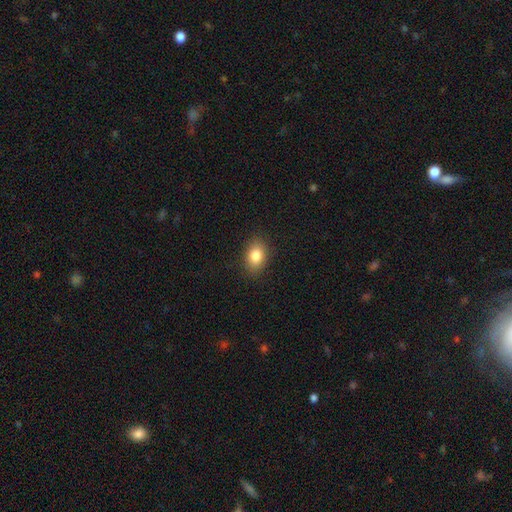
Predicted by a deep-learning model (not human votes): The model was most divided on "how rounded": in between: 80%, round: 19%, cigar-shaped: 1%. More confident: merging — none (87%); smooth or featured — smooth (84%).